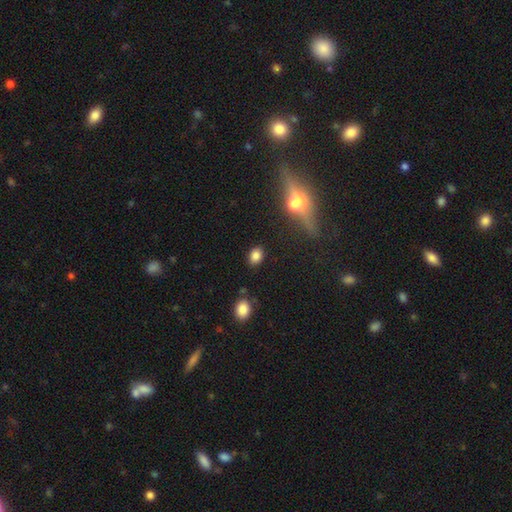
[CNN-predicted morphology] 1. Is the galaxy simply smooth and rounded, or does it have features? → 84% smooth, 10% star or artifact, 6% featured or disk.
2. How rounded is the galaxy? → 64% in between, 35% round, 2% cigar-shaped.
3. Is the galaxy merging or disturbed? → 85% none, 9% minor disturbance, 3% major disturbance, 3% merger.